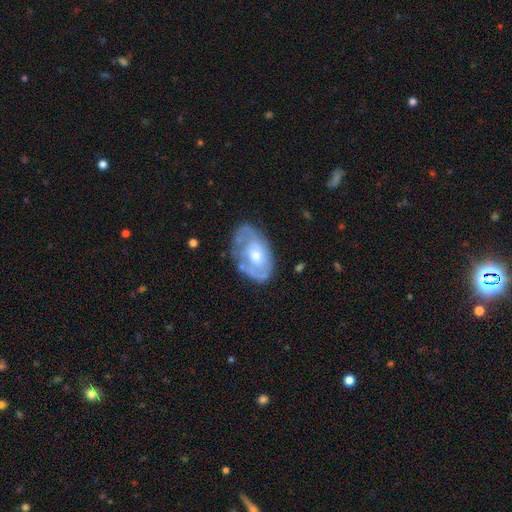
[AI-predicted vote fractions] Q: Smooth or featured?
A: featured or disk (67%); runner-up: smooth (27%)
Q: Edge-on disk?
A: no (95%); runner-up: yes (5%)
Q: Bar?
A: no (74%); runner-up: weak (22%)
Q: Spiral arms?
A: yes (70%); runner-up: no (30%)
Q: Bulge size?
A: moderate (56%); runner-up: small (28%)
Q: Merging?
A: none (64%); runner-up: minor disturbance (24%)